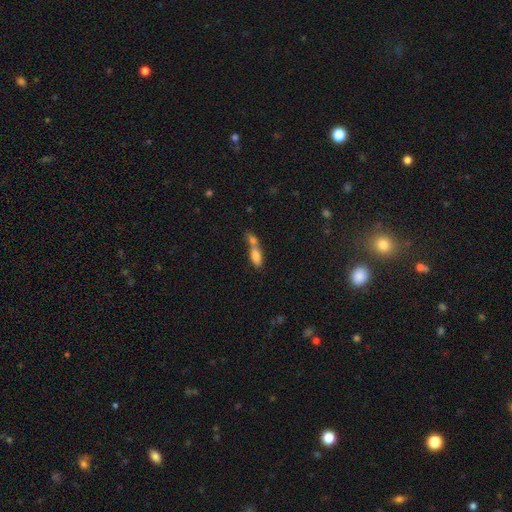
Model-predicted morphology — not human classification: Overall: smooth (77%). How rounded: in between (75%). Merging: merger (66%).